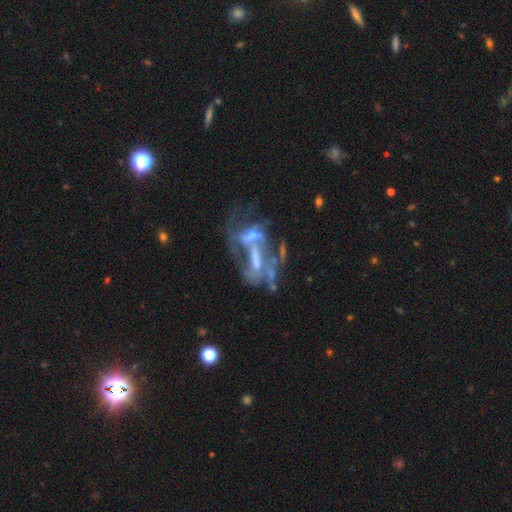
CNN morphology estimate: featured or disk 74%, star or artifact 15%, smooth 11%. Down the decision tree: edge-on disk — no (96%); bar — no (44%); spiral arms — no (51%); bulge size — none (36%); merging — merger (41%).